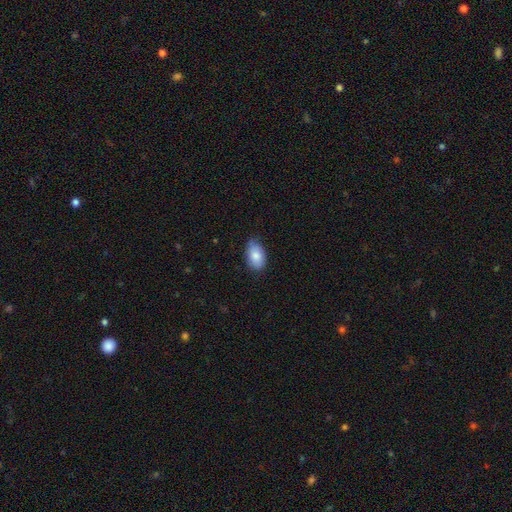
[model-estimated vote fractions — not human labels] Overall: smooth (85%). How rounded: in between (92%). Merging: none (75%).